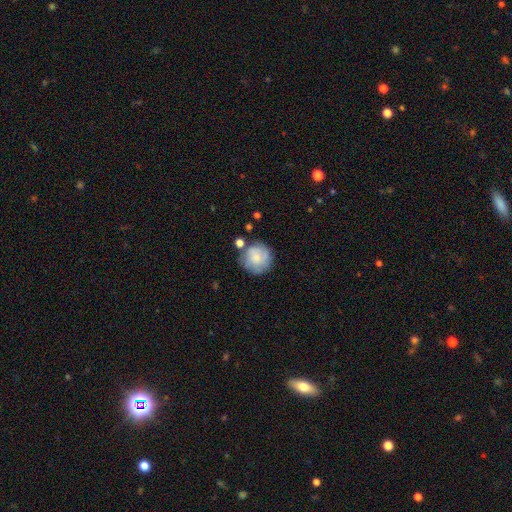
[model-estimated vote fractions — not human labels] A smooth galaxy with no disk features (65%) that is round (92%).

Vote fractions:
- Smooth or featured? smooth: 65% / featured or disk: 26% / star or artifact: 9%
- How rounded? round: 92% / in between: 7% / cigar-shaped: 1%
- Merging? none: 70% / minor disturbance: 17% / merger: 7% / major disturbance: 5%